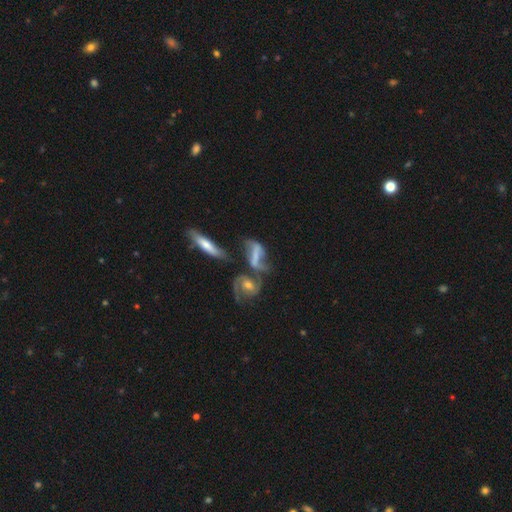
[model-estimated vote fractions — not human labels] featured or disk 61%, smooth 30%, star or artifact 10%. Down the decision tree: edge-on disk — no (87%); bar — strong (34%); spiral arms — yes (78%); bulge size — none (35%); merging — merger (40%).